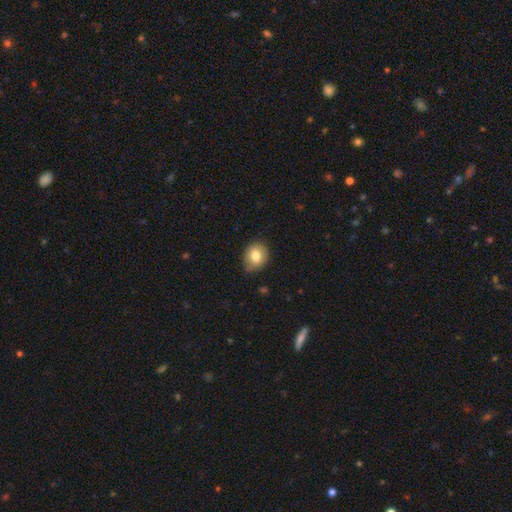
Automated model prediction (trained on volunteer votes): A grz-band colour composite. It shows a smooth galaxy with no disk features (77%) that is round (63%). Merging: none (76%).